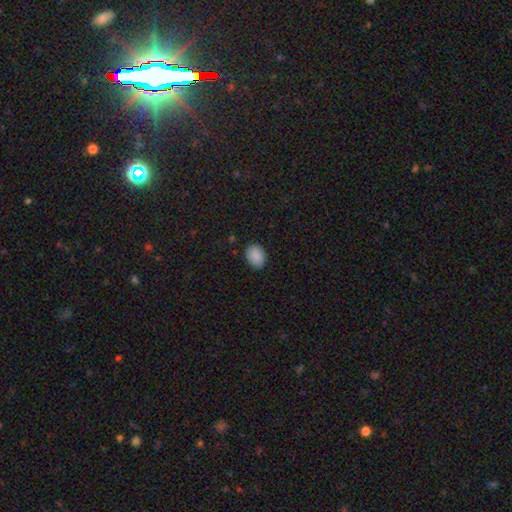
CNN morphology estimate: smooth 89%, star or artifact 8%, featured or disk 3%. Down the decision tree: how rounded — in between (62%); merging — none (86%).